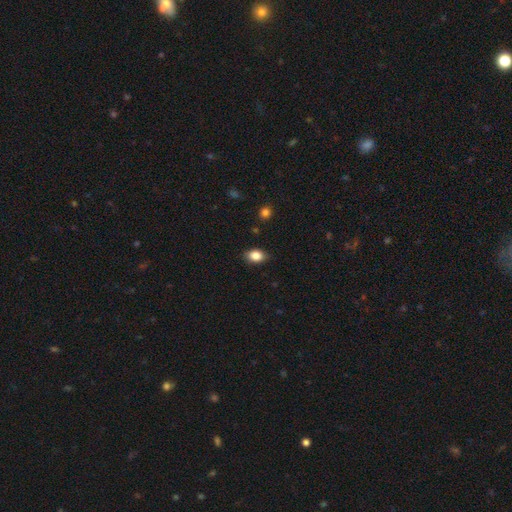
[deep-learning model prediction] This is clearly a smooth galaxy (85%). How rounded: likely in between (78%). Merging: clearly none (86%).